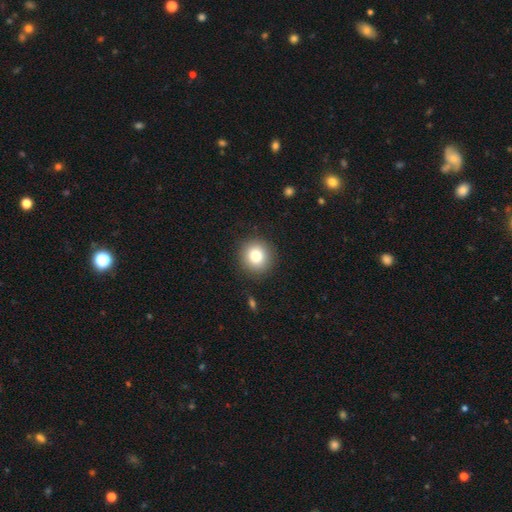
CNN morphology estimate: type=smooth (81%); roundness=round (91%); merging=none (90%).